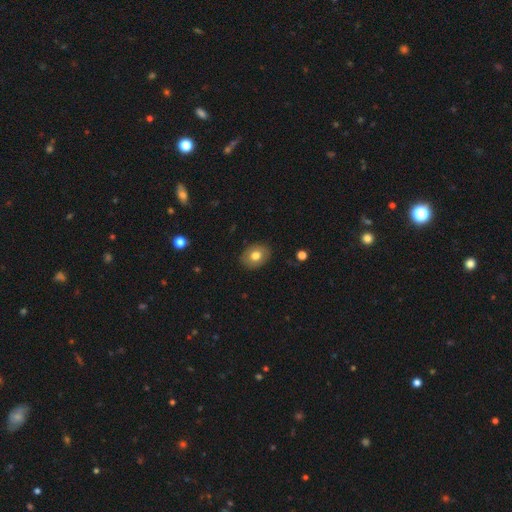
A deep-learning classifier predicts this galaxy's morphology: A smooth galaxy with no disk features (75%) that is in between round and cigar-shaped (60%). Merging: none (88%).